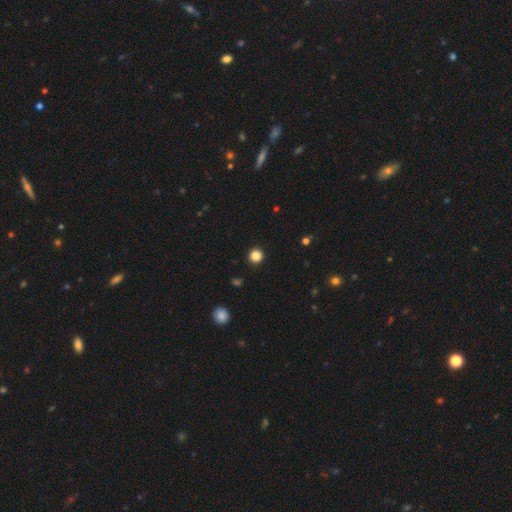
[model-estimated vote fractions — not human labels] smooth_or_featured: smooth (p=0.84) [alt: star or artifact p=0.13]
how_rounded: round (p=0.95) [alt: in between p=0.04]
merging: none (p=0.93) [alt: minor disturbance p=0.04]